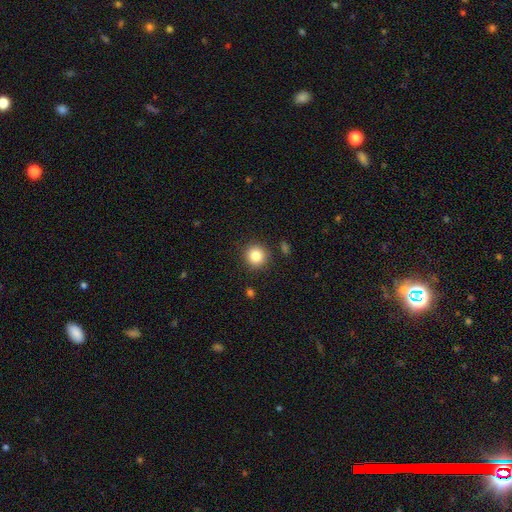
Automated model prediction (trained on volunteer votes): This is clearly a smooth galaxy (84%). How rounded: clearly round (92%). Merging: clearly none (89%).